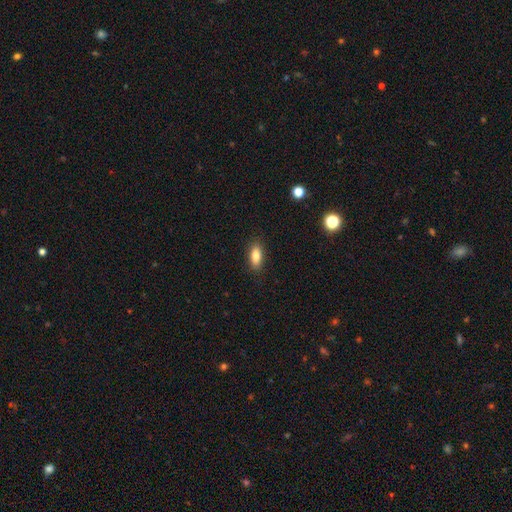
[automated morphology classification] smooth_or_featured: smooth (p=0.84) [alt: featured or disk p=0.09]
how_rounded: in between (p=0.80) [alt: cigar-shaped p=0.17]
merging: none (p=0.87) [alt: minor disturbance p=0.10]